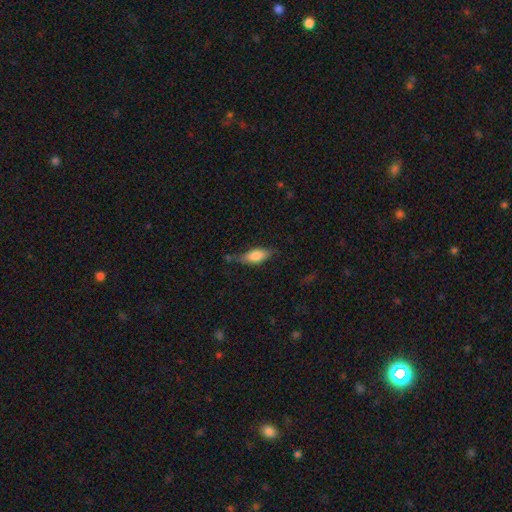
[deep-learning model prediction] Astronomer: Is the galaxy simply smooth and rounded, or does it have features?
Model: smooth — 67%.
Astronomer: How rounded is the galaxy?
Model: in between — 71%.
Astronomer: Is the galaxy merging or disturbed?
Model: none — 65%.